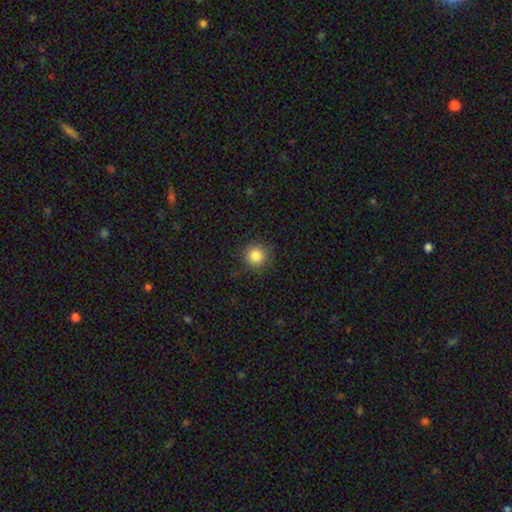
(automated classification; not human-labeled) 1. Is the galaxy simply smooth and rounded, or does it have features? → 84% smooth, 11% star or artifact, 5% featured or disk.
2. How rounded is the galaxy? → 93% round, 6% in between, 1% cigar-shaped.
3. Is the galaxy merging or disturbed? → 88% none, 8% minor disturbance, 3% major disturbance, 1% merger.